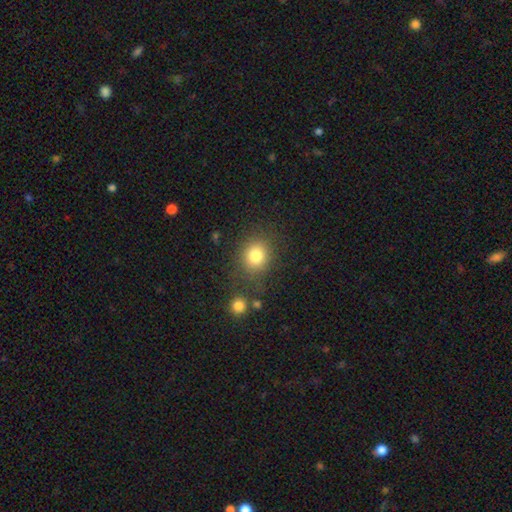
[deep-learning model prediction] Smooth or featured: smooth — 81% (star or artifact — 12%)
How rounded: round — 77% (in between — 23%)
Merging: none — 79% (minor disturbance — 11%)